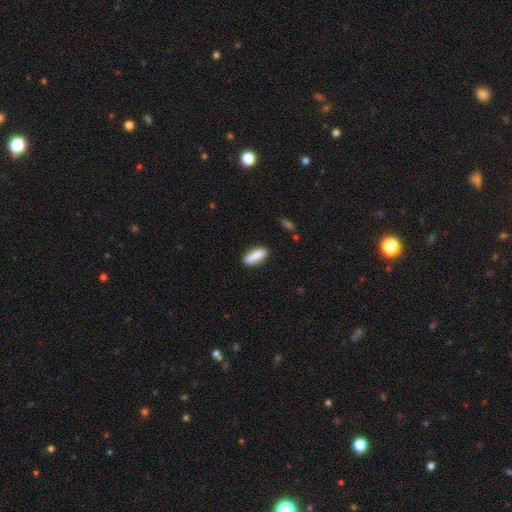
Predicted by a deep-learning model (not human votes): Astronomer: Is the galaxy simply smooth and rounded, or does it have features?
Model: smooth — 84%.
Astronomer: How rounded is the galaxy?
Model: in between — 53% (runner-up: cigar-shaped, 45%).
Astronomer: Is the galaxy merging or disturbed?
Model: none — 81%.